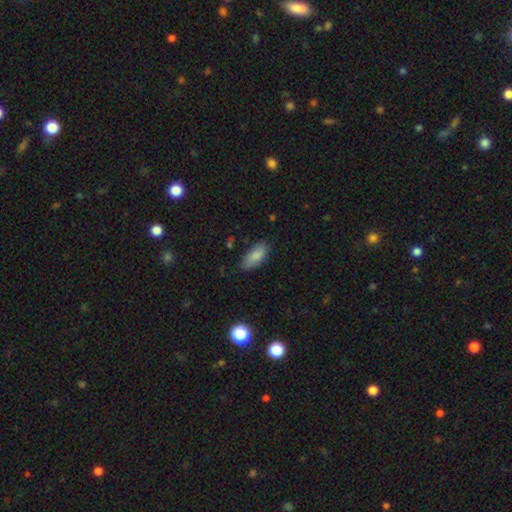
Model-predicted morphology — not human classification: This appears to be a smooth galaxy with no disk features (84%) that is in between round and cigar-shaped (86%). Merging: none (79%).